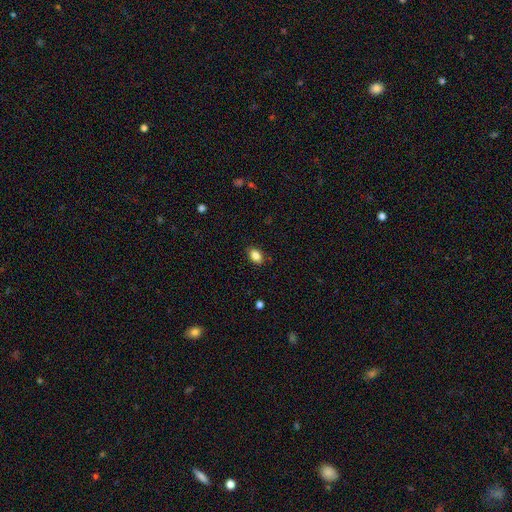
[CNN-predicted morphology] smooth 86%, star or artifact 9%, featured or disk 5%. Down the decision tree: how rounded — in between (81%); merging — none (88%).